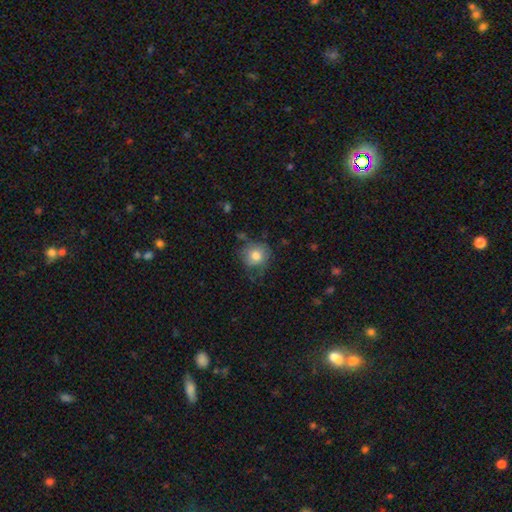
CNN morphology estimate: Smooth or featured? smooth (78%)
How rounded? round (87%)
Merging? none (63%)